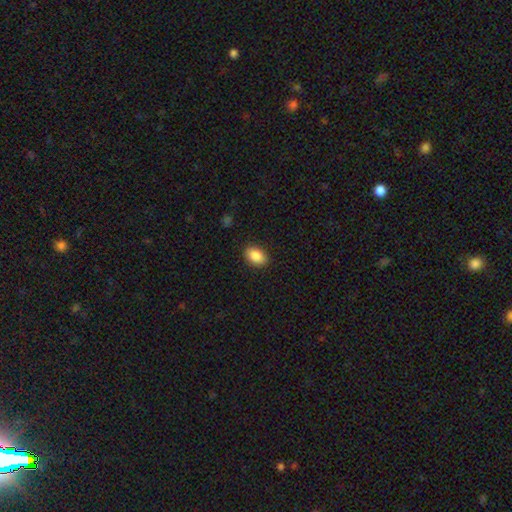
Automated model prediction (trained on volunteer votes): smooth 88%, star or artifact 8%, featured or disk 4%. Down the decision tree: how rounded — in between (84%); merging — none (88%).